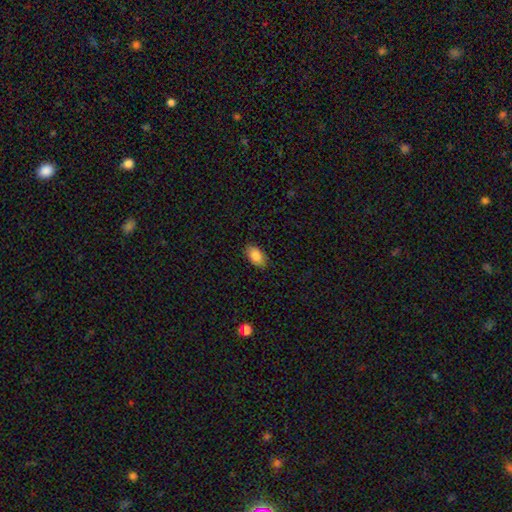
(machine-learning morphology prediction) Smooth or featured?
  - smooth: 86% *
  - star or artifact: 7%
  - featured or disk: 7%
How rounded?
  - in between: 92% *
  - round: 6%
  - cigar-shaped: 2%
Merging?
  - none: 85% *
  - minor disturbance: 12%
  - major disturbance: 3%
  - merger: 1%